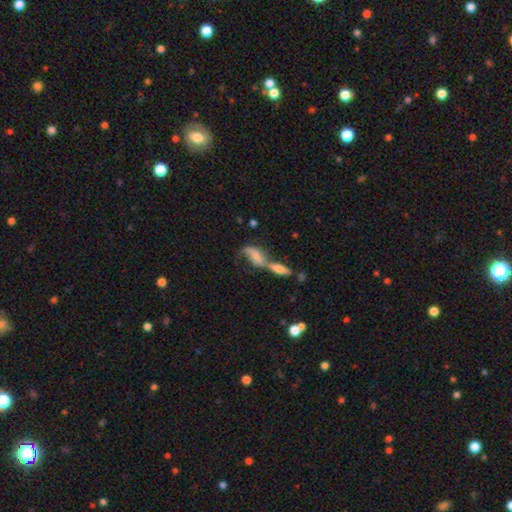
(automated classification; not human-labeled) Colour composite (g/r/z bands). It shows a featured or disk galaxy (55%). Merging: merger (65%).